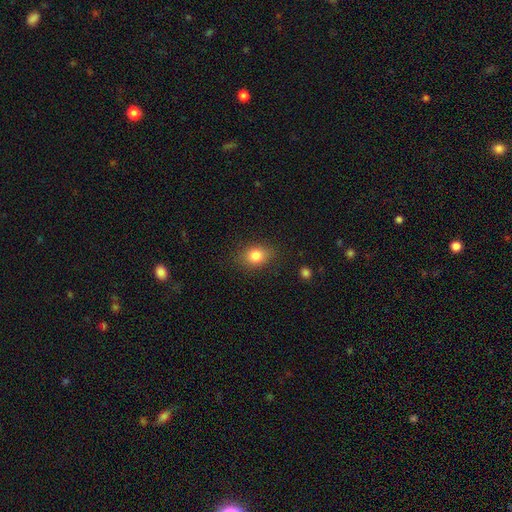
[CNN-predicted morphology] type=smooth (82%); roundness=in between (53%); merging=none (84%).